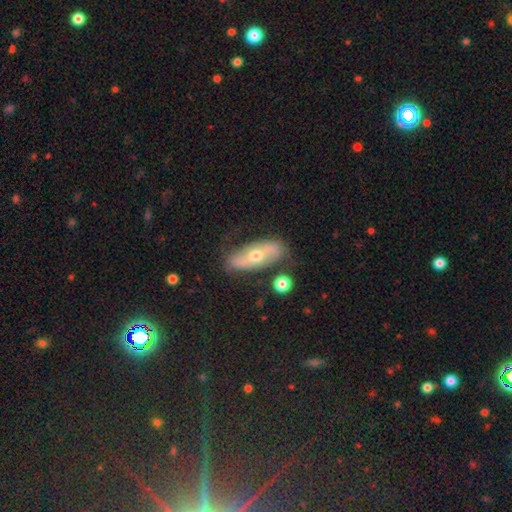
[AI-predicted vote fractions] Smooth or featured? Predicted: featured or disk (p=0.64). Edge-on disk? Predicted: no (p=0.77). Merging? Predicted: none (p=0.73).